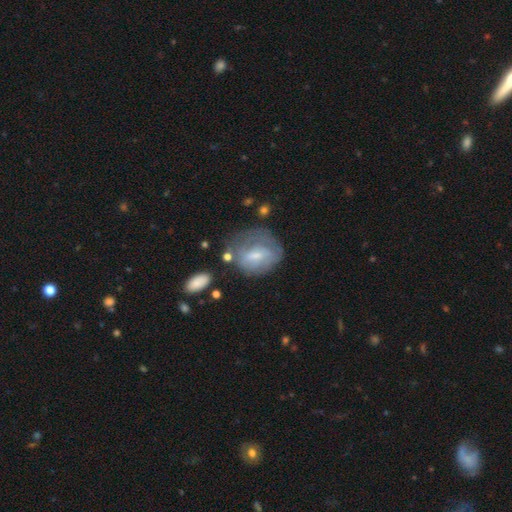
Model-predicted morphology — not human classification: This appears to be a featured or disk galaxy (52%). Merging: none (49%).